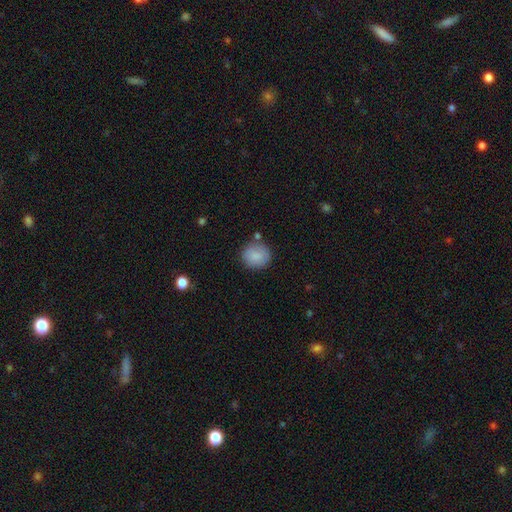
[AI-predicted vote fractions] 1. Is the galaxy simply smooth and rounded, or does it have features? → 85% smooth, 8% featured or disk, 7% star or artifact.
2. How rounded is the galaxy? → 85% round, 14% in between, 1% cigar-shaped.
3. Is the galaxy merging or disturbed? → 76% none, 14% minor disturbance, 5% merger, 4% major disturbance.